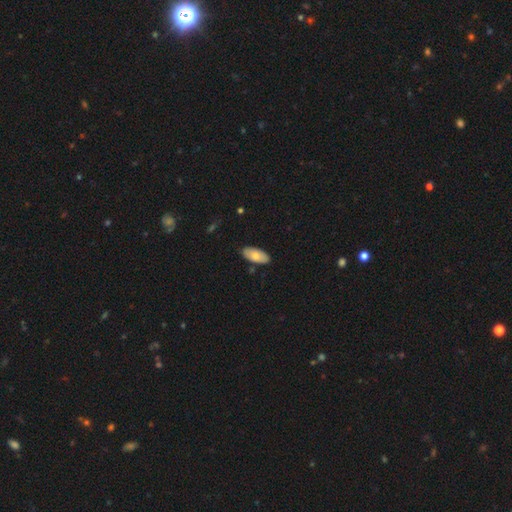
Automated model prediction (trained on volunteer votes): Smooth or featured? Predicted: smooth (p=0.73). How rounded? Predicted: in between (p=0.92). Merging? Predicted: none (p=0.85).